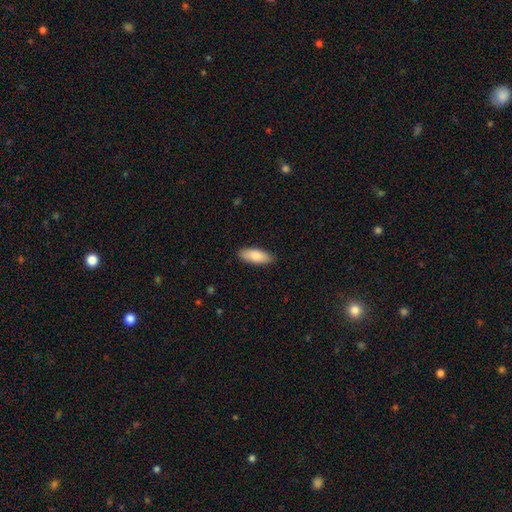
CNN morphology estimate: Smooth or featured? Predicted: smooth (p=0.83). How rounded? Predicted: in between (p=0.74). Merging? Predicted: none (p=0.88).